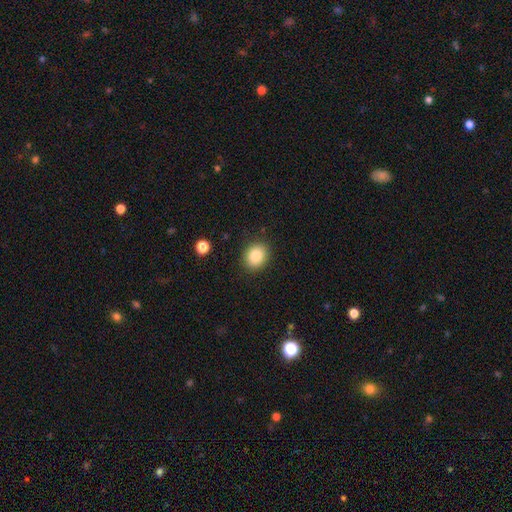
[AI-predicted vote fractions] Smooth or featured: smooth — 84% (star or artifact — 10%)
How rounded: round — 66% (in between — 33%)
Merging: none — 88% (minor disturbance — 8%)